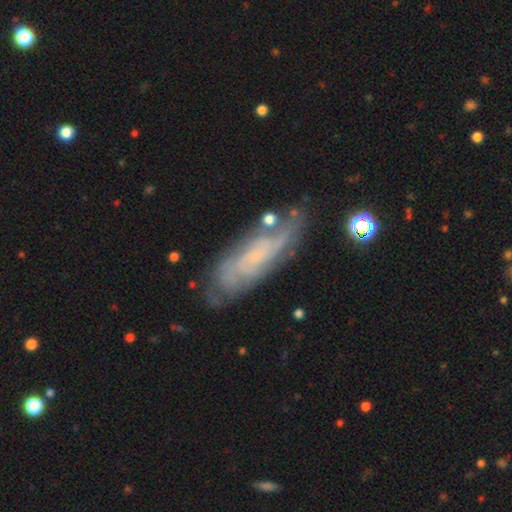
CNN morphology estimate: type=featured or disk (67%); edge-on=no (80%); bar=no (66%); spiral arms=yes (83%); bulge=small (50%); merging=none (67%).